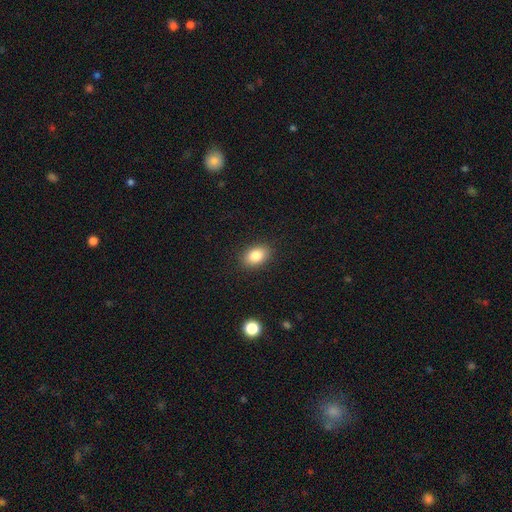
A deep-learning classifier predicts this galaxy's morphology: Smooth or featured? Predicted: smooth (p=0.84). How rounded? Predicted: in between (p=0.80). Merging? Predicted: none (p=0.88).